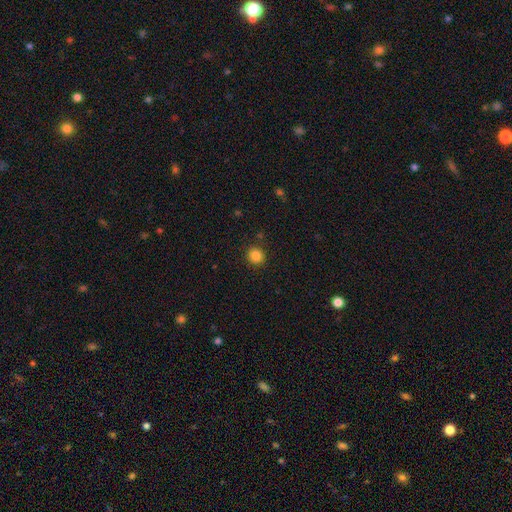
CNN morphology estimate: smooth_or_featured: smooth (p=0.85) [alt: star or artifact p=0.11]
how_rounded: round (p=0.88) [alt: in between p=0.11]
merging: none (p=0.90) [alt: minor disturbance p=0.06]